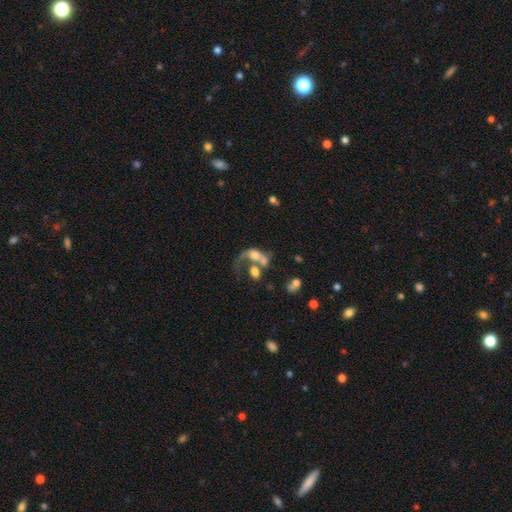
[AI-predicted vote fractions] Smooth or featured?
  - featured or disk: 50% *
  - smooth: 39%
  - star or artifact: 11%
Merging?
  - merger: 56% *
  - major disturbance: 26%
  - none: 12%
  - minor disturbance: 6%